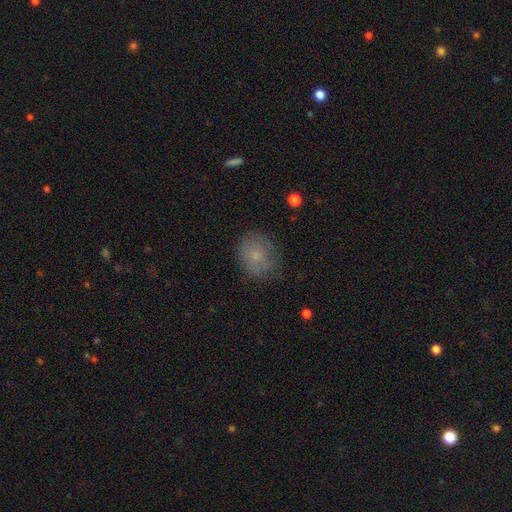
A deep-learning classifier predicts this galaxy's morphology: The model was most divided on "how rounded": round: 64%, in between: 35%, cigar-shaped: 1%. More confident: smooth or featured — smooth (76%); merging — none (73%).